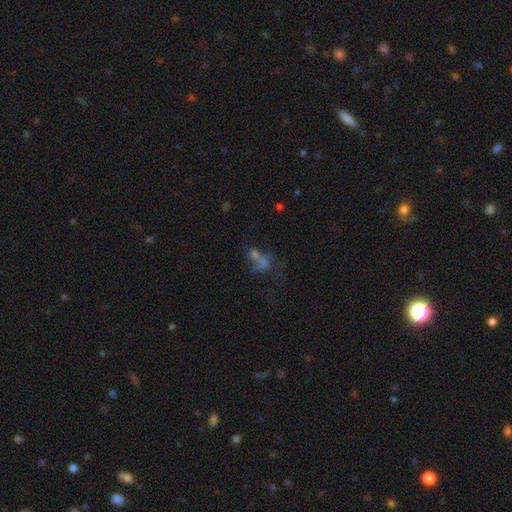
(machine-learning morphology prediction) Smooth or featured: smooth — 39% (star or artifact — 31%)
Merging: merger — 39% (none — 31%)